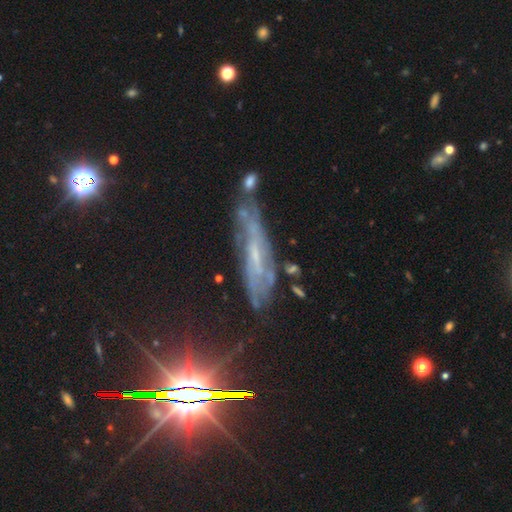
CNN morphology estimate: Overall: featured or disk (64%). Edge-on disk: no (53%; yes 47%). Merging: none (60%; minor disturbance 24%).